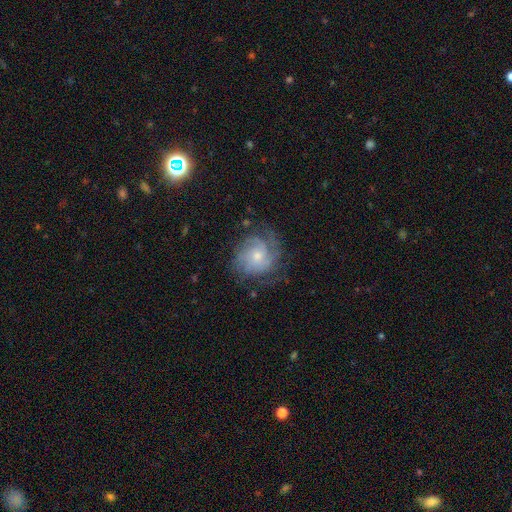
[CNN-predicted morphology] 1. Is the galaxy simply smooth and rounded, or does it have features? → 74% featured or disk, 18% smooth, 8% star or artifact.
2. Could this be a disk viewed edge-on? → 98% no, 2% yes.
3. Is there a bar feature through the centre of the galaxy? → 75% no, 22% weak, 3% strong.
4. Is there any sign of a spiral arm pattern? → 92% yes, 8% no.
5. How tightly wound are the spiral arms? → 57% tight, 32% medium, 11% loose.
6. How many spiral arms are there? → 38% can't tell, 22% 3, 18% 2, 9% 4, 7% 1, 6% more than 4.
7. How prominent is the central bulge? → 53% small, 40% moderate, 3% none, 3% large, 1% dominant.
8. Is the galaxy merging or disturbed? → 68% none, 19% minor disturbance, 12% major disturbance, 1% merger.